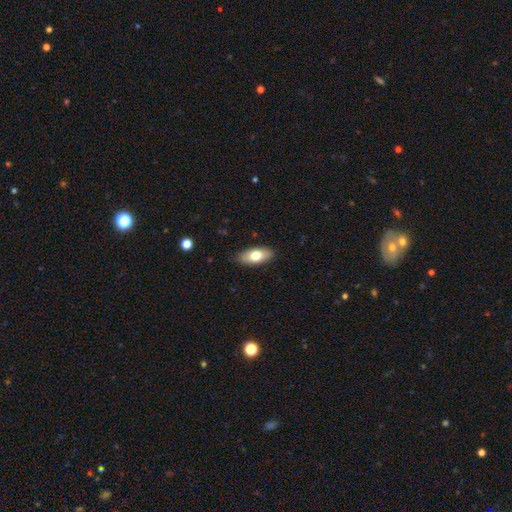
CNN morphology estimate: Q: Smooth or featured?
A: smooth (73%); runner-up: featured or disk (21%)
Q: How rounded?
A: in between (86%); runner-up: cigar-shaped (10%)
Q: Merging?
A: none (86%); runner-up: minor disturbance (11%)